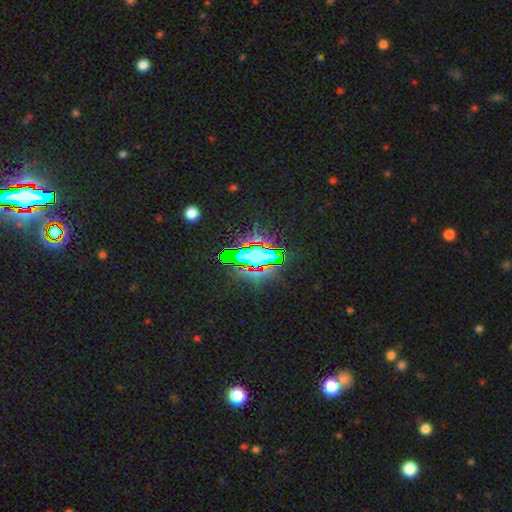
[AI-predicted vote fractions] smooth-or-featured: star or artifact: 71% | smooth: 17% | featured or disk: 13%